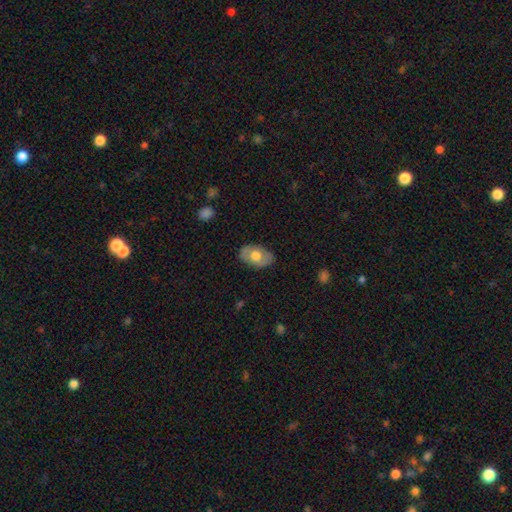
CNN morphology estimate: A smooth galaxy with no disk features (55%) that is in between round and cigar-shaped (85%).

Vote fractions:
- Smooth or featured? smooth: 55% / featured or disk: 39% / star or artifact: 6%
- How rounded? in between: 85% / round: 14% / cigar-shaped: 1%
- Merging? none: 80% / minor disturbance: 15% / major disturbance: 4% / merger: 1%